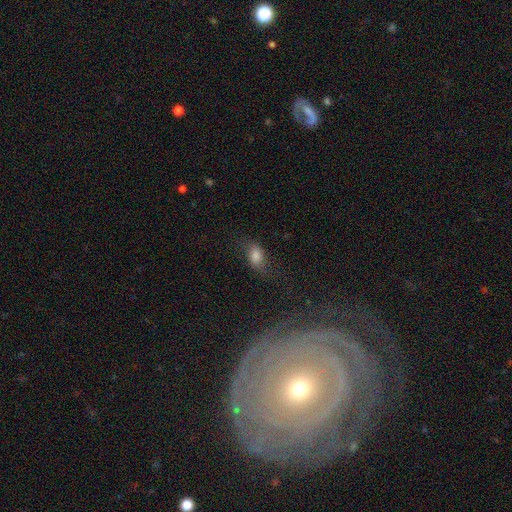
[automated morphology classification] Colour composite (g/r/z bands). It shows a smooth galaxy with no disk features (69%) that is in between round and cigar-shaped (82%). Merging: none (60%).